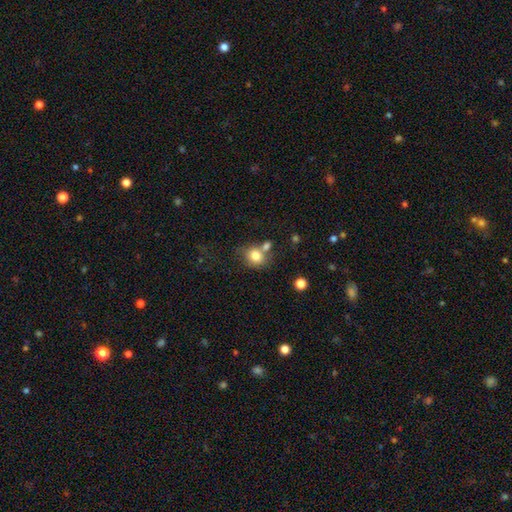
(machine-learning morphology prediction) This appears to be a smooth galaxy with no disk features (80%) that is round (66%). Merging: none (51%).